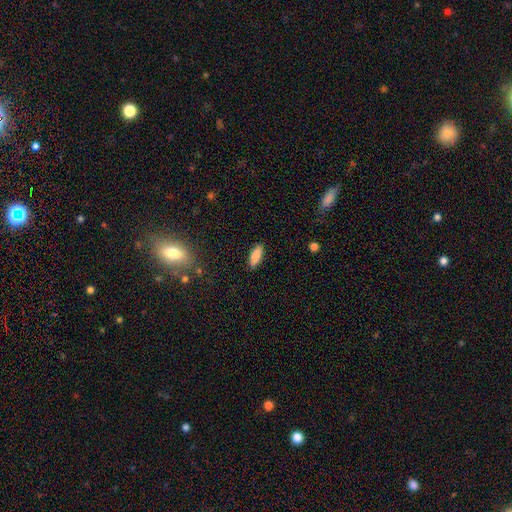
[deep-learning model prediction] This is clearly a smooth galaxy (87%). How rounded: likely in between (72%). Merging: clearly none (89%).